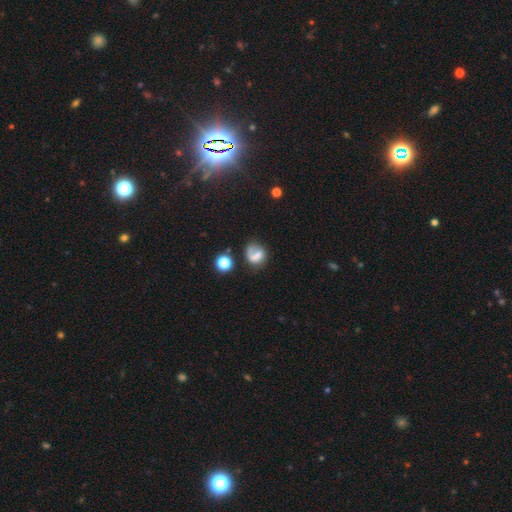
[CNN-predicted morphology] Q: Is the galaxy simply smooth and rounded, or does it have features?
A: smooth — 53%.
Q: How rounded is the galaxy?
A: round — 56%.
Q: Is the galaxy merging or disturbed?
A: none — 44%.